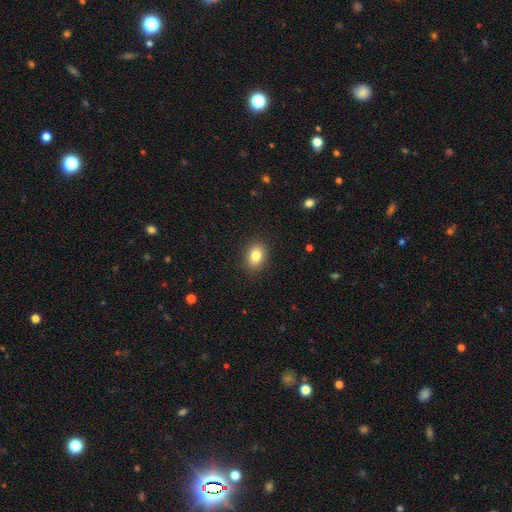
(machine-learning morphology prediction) Q: Smooth or featured?
A: smooth (83%); runner-up: star or artifact (9%)
Q: How rounded?
A: in between (74%); runner-up: round (25%)
Q: Merging?
A: none (88%); runner-up: minor disturbance (8%)